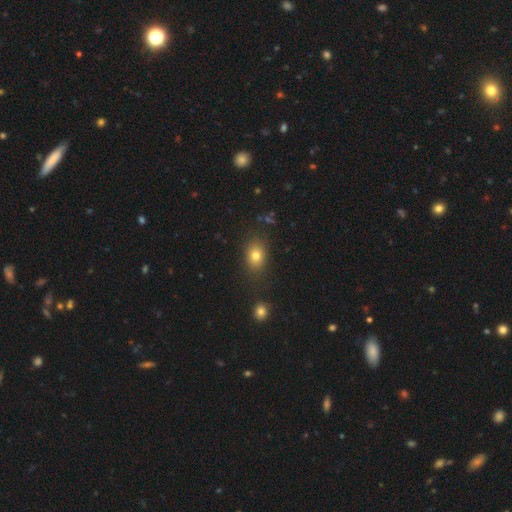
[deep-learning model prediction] This is likely a smooth galaxy (79%). How rounded: likely in between (64%). Merging: clearly none (81%).